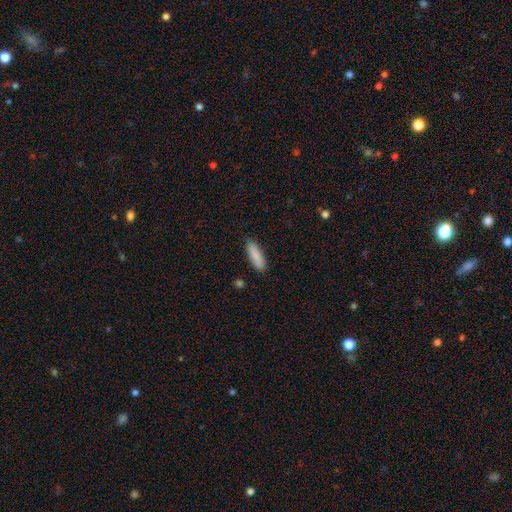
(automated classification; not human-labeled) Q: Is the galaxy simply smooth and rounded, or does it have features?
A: smooth — 87%.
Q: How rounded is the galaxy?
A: cigar-shaped — 51%.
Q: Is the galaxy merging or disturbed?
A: none — 87%.